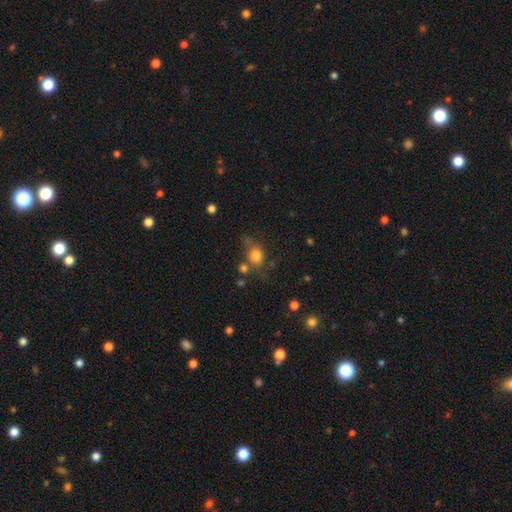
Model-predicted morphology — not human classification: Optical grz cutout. It shows a smooth galaxy with no disk features (78%) that is round (70%). Merging: none (64%).